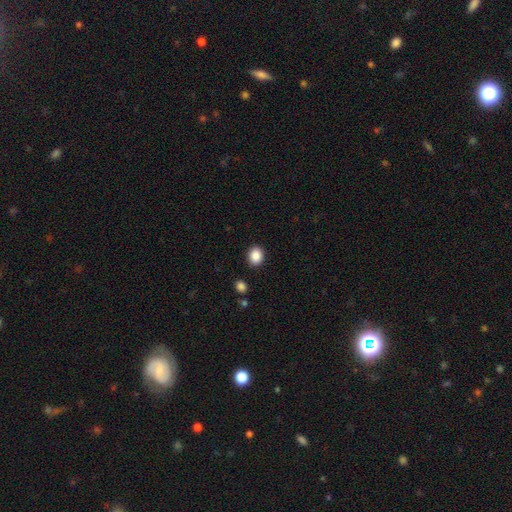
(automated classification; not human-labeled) This is clearly a smooth galaxy (88%). How rounded: likely round (64%). Merging: clearly none (89%).